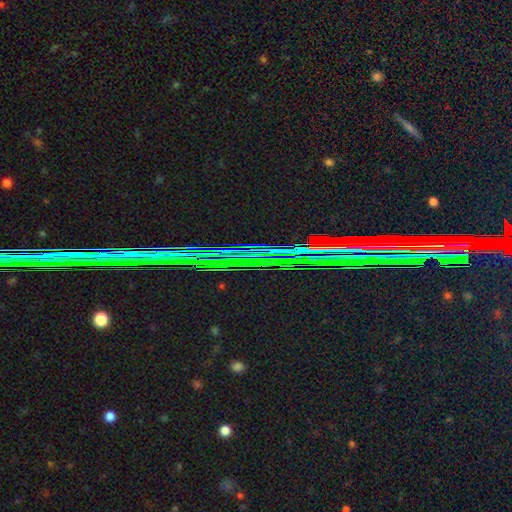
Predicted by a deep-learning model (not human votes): Smooth or featured?
  - star or artifact: 87% *
  - featured or disk: 8%
  - smooth: 6%